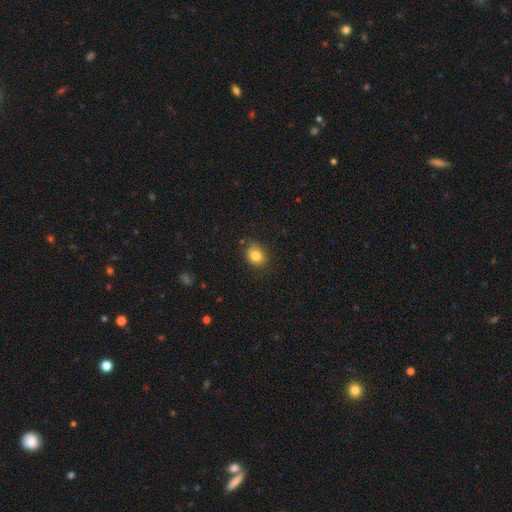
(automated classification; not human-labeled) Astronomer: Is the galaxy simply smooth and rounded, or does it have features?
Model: smooth — 82%.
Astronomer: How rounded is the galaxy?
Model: round — 63%.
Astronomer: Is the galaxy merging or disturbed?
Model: none — 81%.